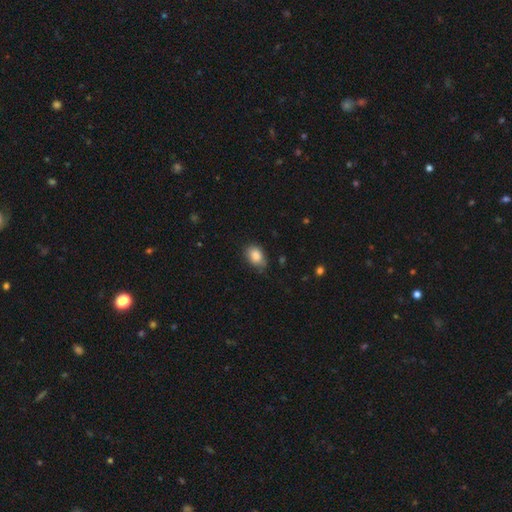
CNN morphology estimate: This is clearly a smooth galaxy (86%). How rounded: likely in between (78%). Merging: likely none (69%).